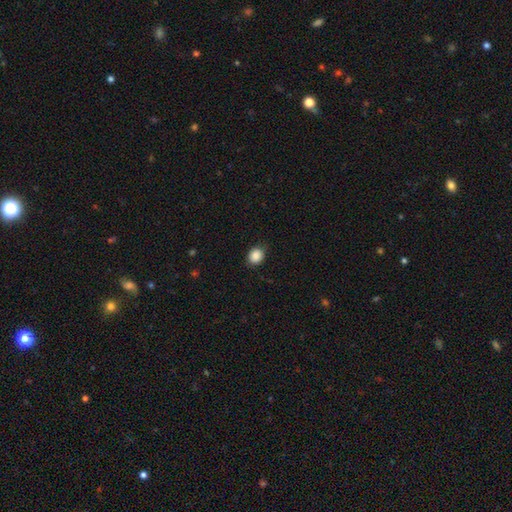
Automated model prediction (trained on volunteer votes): Overall: smooth (87%). How rounded: round (65%; in between 34%). Merging: none (82%).